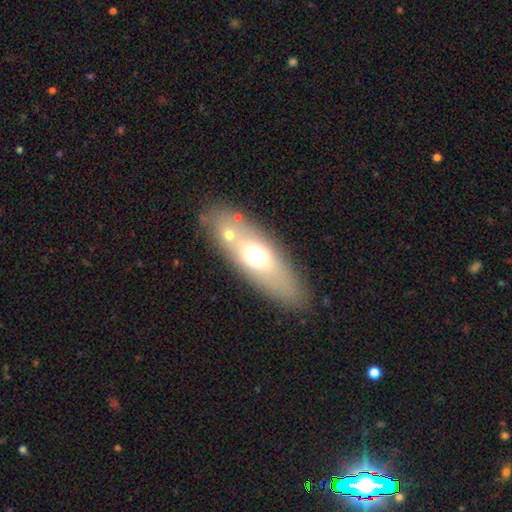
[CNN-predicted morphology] Smooth or featured: smooth — 52% (featured or disk — 35%)
How rounded: in between — 59% (cigar-shaped — 32%)
Merging: none — 79% (minor disturbance — 9%)